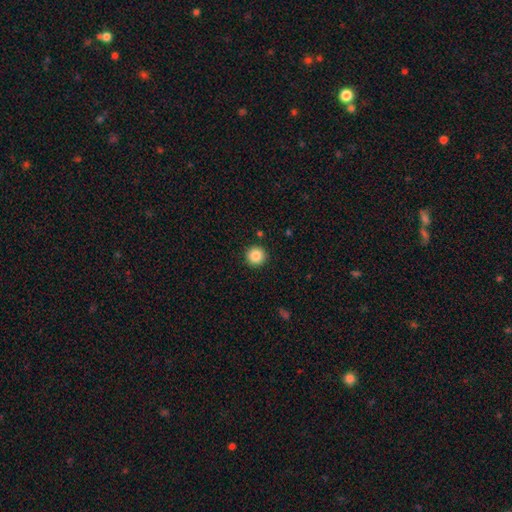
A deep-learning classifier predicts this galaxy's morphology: Smooth or featured?
  - smooth: 87% *
  - star or artifact: 9%
  - featured or disk: 4%
How rounded?
  - round: 95% *
  - in between: 4%
  - cigar-shaped: 1%
Merging?
  - none: 92% *
  - minor disturbance: 5%
  - major disturbance: 2%
  - merger: 1%